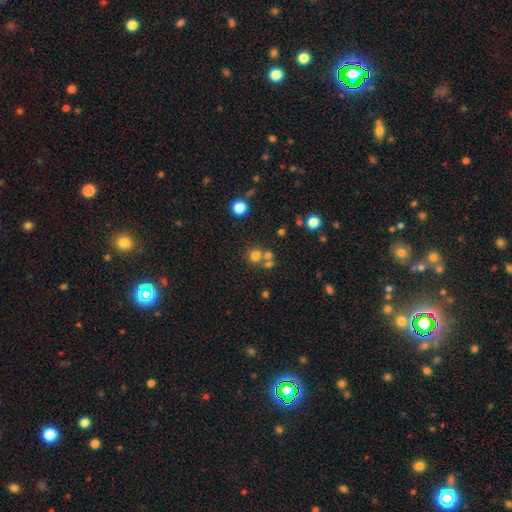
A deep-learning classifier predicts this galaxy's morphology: This appears to be a smooth galaxy with no disk features (72%) that is round (90%). Merging: none (60%).